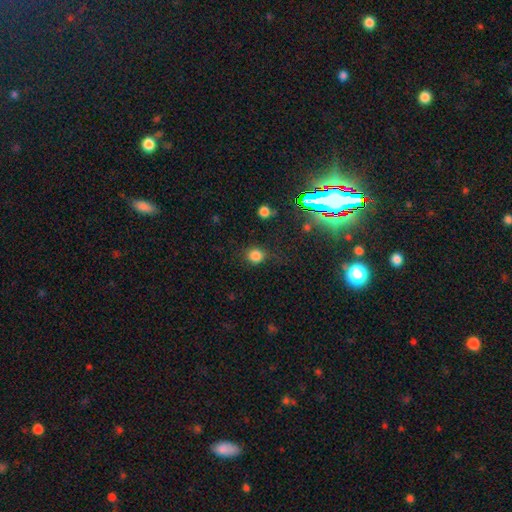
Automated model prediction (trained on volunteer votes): Smooth or featured? Predicted: smooth (p=0.79). How rounded? Predicted: round (p=0.85). Merging? Predicted: none (p=0.76).